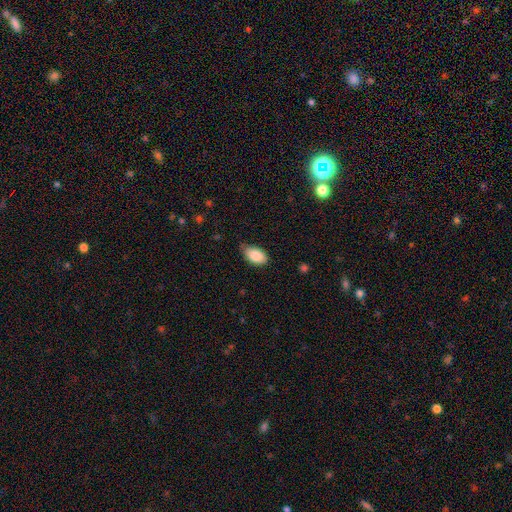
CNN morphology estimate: smooth-or-featured: smooth: 88% | star or artifact: 7% | featured or disk: 6%
  how-rounded: in between: 93% | round: 5% | cigar-shaped: 2%
  merging: none: 64% | minor disturbance: 30% | major disturbance: 4% | merger: 1%